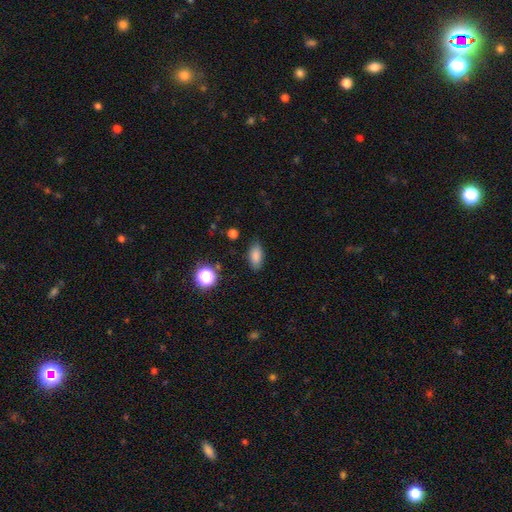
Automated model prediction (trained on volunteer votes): Morphology: type=smooth (83%); roundness=in between (87%); merging=none (85%).